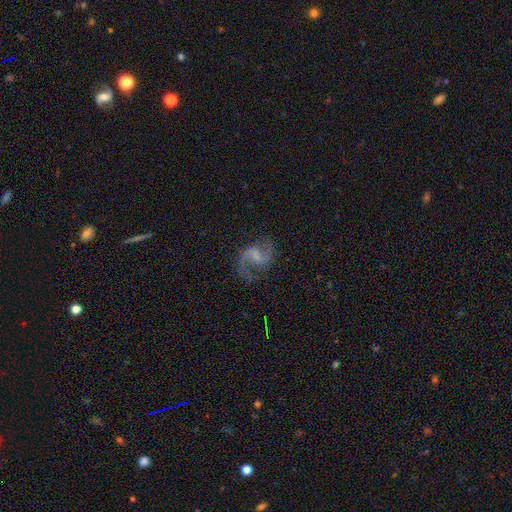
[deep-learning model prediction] A featured or disk galaxy (88%) with a weak bar (56%), 2 (92%) medium (47%) spiral arms (97%) and a small central bulge (38%, tied with none). Merging: none (75%).